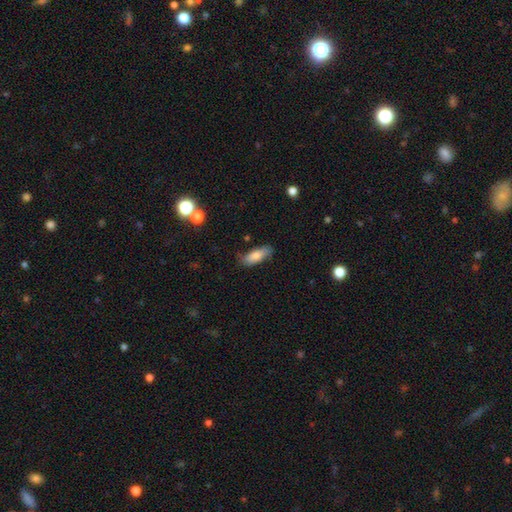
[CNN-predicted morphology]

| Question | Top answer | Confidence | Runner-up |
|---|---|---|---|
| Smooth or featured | smooth | 78% | featured or disk (15%) |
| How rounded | in between | 68% | cigar-shaped (30%) |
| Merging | none | 72% | minor disturbance (21%) |